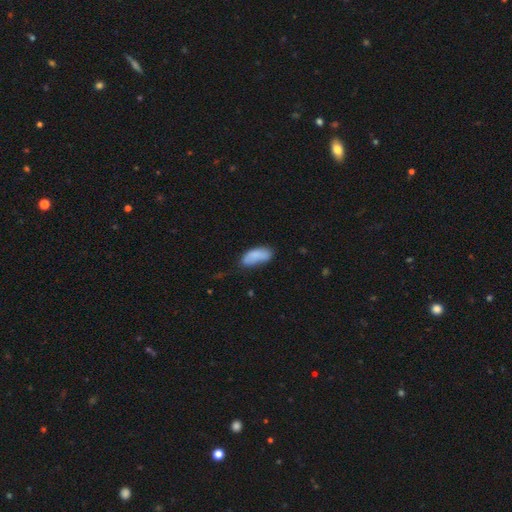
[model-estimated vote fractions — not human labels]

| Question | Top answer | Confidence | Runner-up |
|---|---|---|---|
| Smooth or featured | smooth | 81% | featured or disk (12%) |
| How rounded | in between | 86% | cigar-shaped (11%) |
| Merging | none | 54% | minor disturbance (30%) |